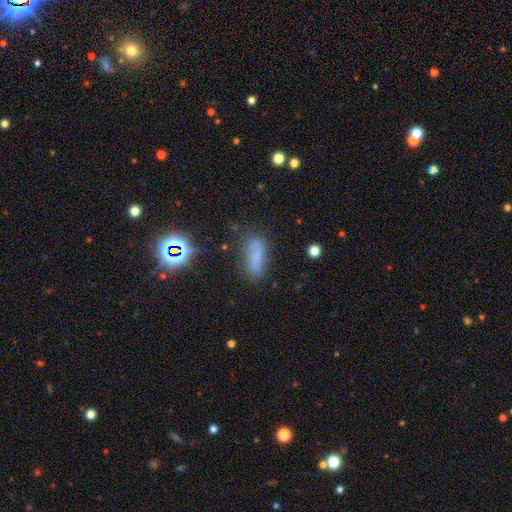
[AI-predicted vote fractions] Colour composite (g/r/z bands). It shows a smooth galaxy with no disk features (69%) that is in between round and cigar-shaped (59%). Merging: none (66%).